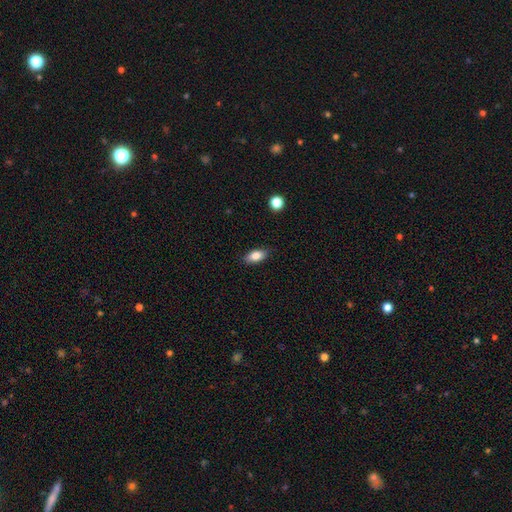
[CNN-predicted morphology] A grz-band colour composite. It shows a smooth galaxy with no disk features (82%) that is in between round and cigar-shaped (87%). Merging: none (86%).